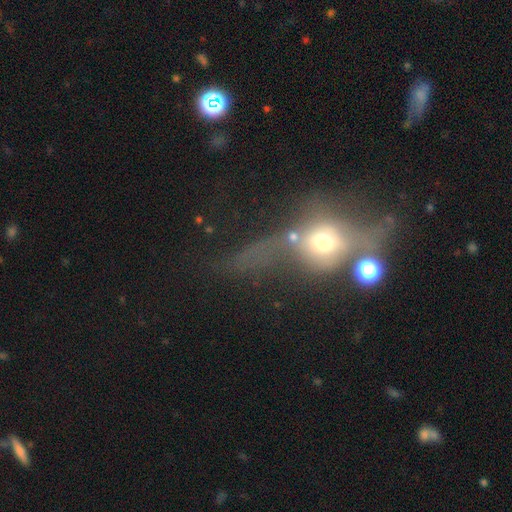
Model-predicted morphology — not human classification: Smooth or featured? featured or disk (51%)
Edge-on disk? no (52%)
Merging? none (39%)